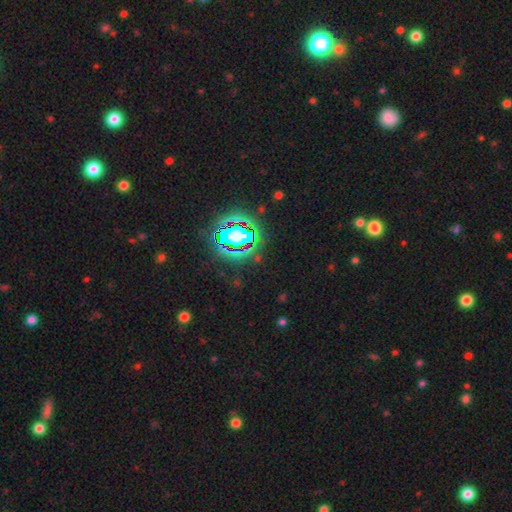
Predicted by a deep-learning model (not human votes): The model was most divided on "smooth or featured": star or artifact: 73%, smooth: 17%, featured or disk: 10%.